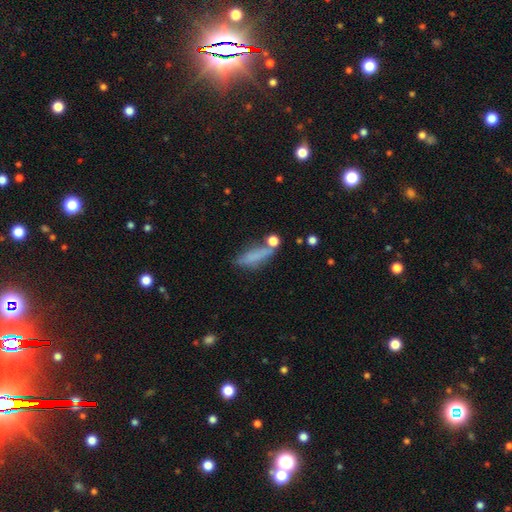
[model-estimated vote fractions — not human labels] Overall: smooth (66%). How rounded: cigar-shaped (56%; in between 40%). Merging: none (53%; minor disturbance 23%).